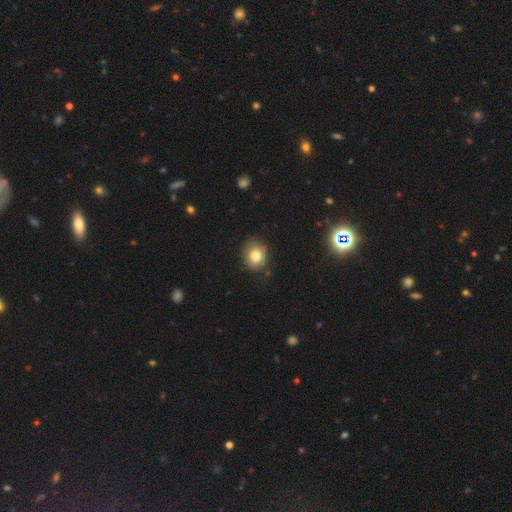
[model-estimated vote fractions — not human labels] A smooth galaxy with no disk features (82%) that is round (69%).

Vote fractions:
- Smooth or featured? smooth: 82% / star or artifact: 10% / featured or disk: 8%
- How rounded? round: 69% / in between: 30% / cigar-shaped: 1%
- Merging? none: 78% / minor disturbance: 17% / major disturbance: 3% / merger: 2%